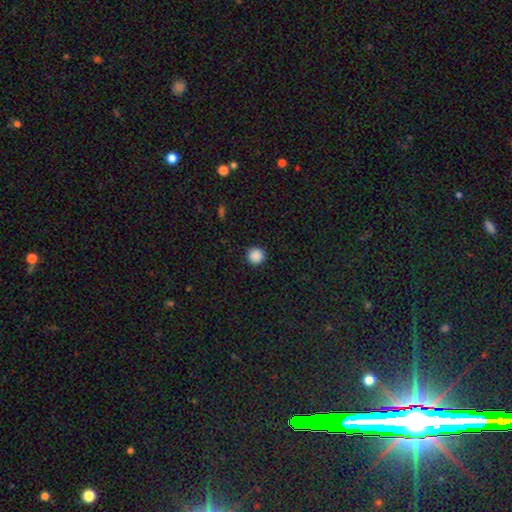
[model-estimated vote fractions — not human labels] A smooth galaxy with no disk features (88%) that is round (96%). Merging: none (92%).